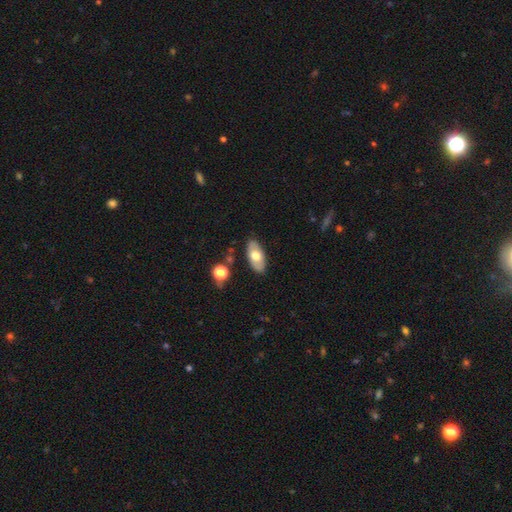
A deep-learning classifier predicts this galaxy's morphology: Q: Smooth or featured?
A: smooth (61%); runner-up: featured or disk (33%)
Q: How rounded?
A: in between (92%); runner-up: cigar-shaped (4%)
Q: Merging?
A: none (84%); runner-up: minor disturbance (11%)